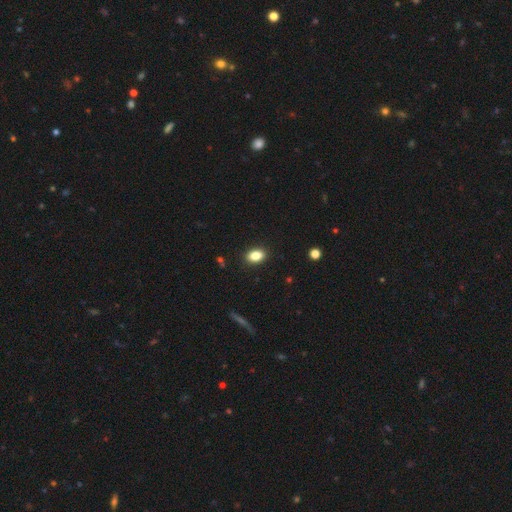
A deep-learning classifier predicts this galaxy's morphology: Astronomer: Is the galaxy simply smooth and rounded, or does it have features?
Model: smooth — 84%.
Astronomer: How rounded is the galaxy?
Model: in between — 84%.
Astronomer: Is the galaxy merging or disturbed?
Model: none — 89%.